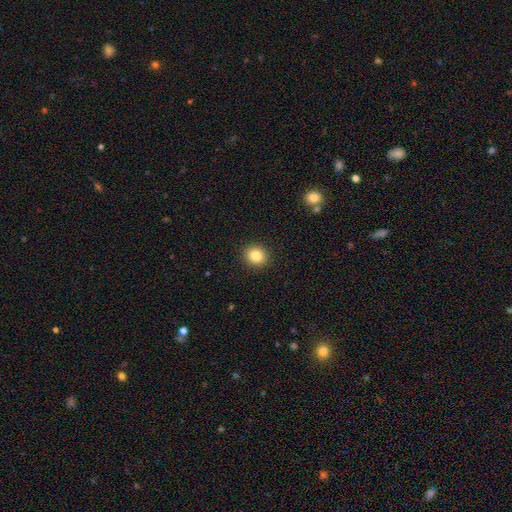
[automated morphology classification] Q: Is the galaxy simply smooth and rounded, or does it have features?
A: smooth — 84%.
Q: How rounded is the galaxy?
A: round — 83%.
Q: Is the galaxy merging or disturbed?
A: none — 92%.